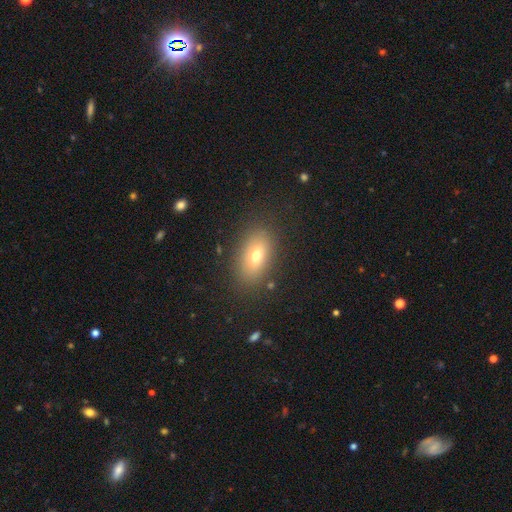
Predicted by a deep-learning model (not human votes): The model was most divided on "smooth or featured": smooth: 70%, featured or disk: 19%, star or artifact: 11%. More confident: how rounded — in between (86%); merging — none (85%).